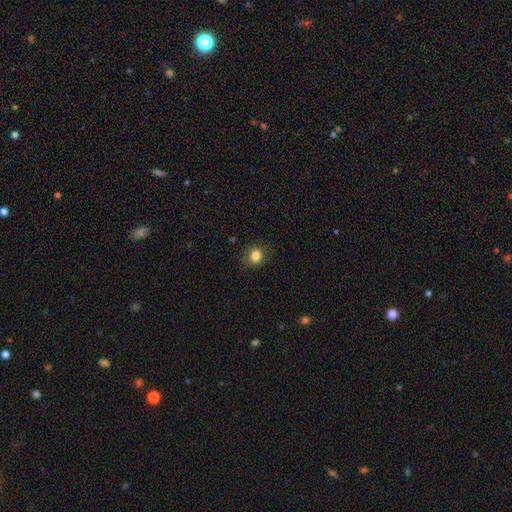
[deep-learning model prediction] smooth_or_featured: smooth (p=0.83) [alt: star or artifact p=0.11]
how_rounded: round (p=0.71) [alt: in between p=0.28]
merging: none (p=0.82) [alt: minor disturbance p=0.13]